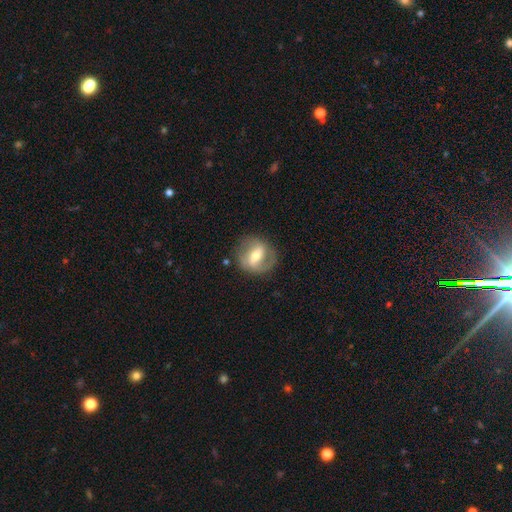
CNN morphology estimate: smooth_or_featured: featured or disk (p=0.67) [alt: smooth p=0.27]
disk_edge_on: no (p=0.94) [alt: yes p=0.06]
bar: strong (p=0.48) [alt: weak p=0.38]
has_spiral_arms: yes (p=0.73) [alt: no p=0.27]
bulge_size: moderate (p=0.62) [alt: small p=0.27]
merging: none (p=0.75) [alt: minor disturbance p=0.16]